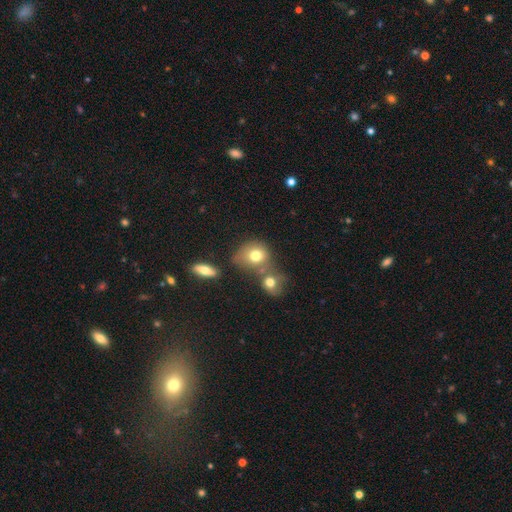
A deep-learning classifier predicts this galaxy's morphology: Smooth or featured?
  - smooth: 75% *
  - featured or disk: 15%
  - star or artifact: 10%
How rounded?
  - round: 65% *
  - in between: 34%
  - cigar-shaped: 1%
Merging?
  - merger: 42% *
  - none: 36%
  - minor disturbance: 14%
  - major disturbance: 8%